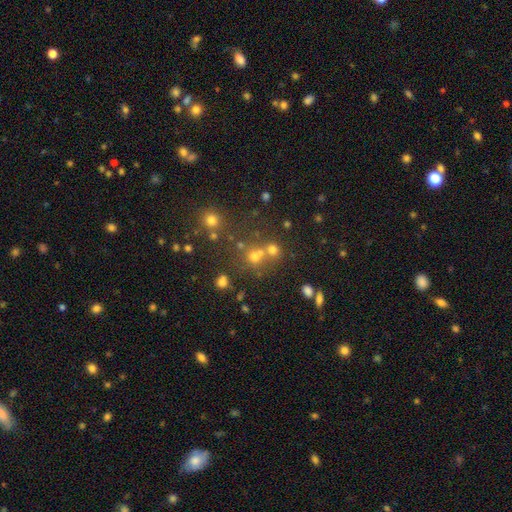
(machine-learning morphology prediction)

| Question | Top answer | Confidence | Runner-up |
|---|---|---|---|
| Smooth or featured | smooth | 54% | star or artifact (32%) |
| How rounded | round | 83% | in between (16%) |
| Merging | none | 51% | merger (37%) |